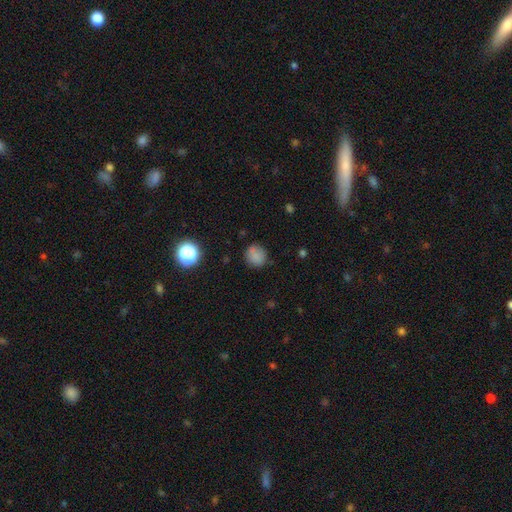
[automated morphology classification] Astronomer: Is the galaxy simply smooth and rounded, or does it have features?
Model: smooth — 80%.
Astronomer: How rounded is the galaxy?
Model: round — 85%.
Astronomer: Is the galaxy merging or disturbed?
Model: none — 81%.